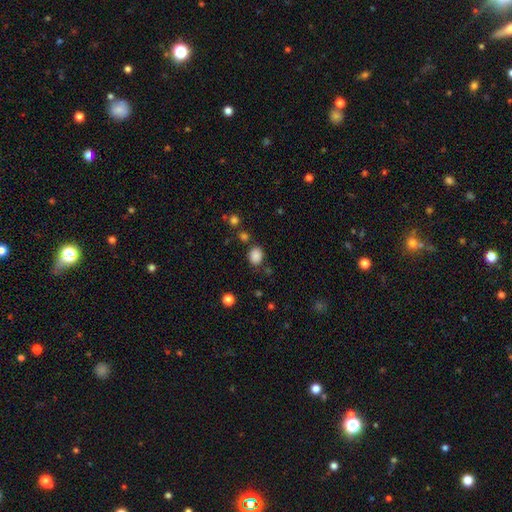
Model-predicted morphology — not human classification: smooth_or_featured: smooth (p=0.85) [alt: star or artifact p=0.12]
how_rounded: round (p=0.50) [alt: in between p=0.49]
merging: none (p=0.79) [alt: minor disturbance p=0.12]